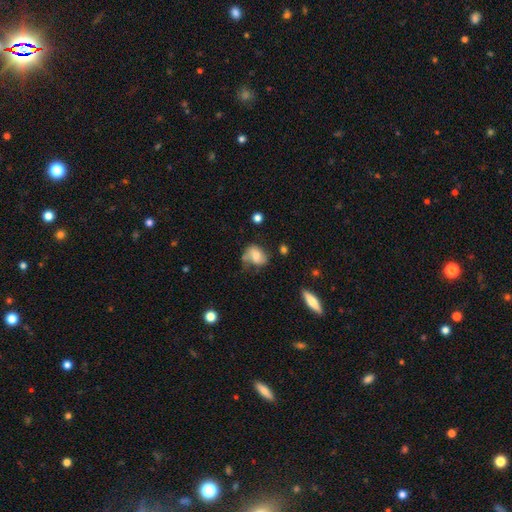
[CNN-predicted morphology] Smooth or featured?
  - smooth: 51% *
  - featured or disk: 39%
  - star or artifact: 9%
How rounded?
  - in between: 62% *
  - round: 36%
  - cigar-shaped: 2%
Merging?
  - none: 41% *
  - minor disturbance: 31%
  - major disturbance: 22%
  - merger: 7%